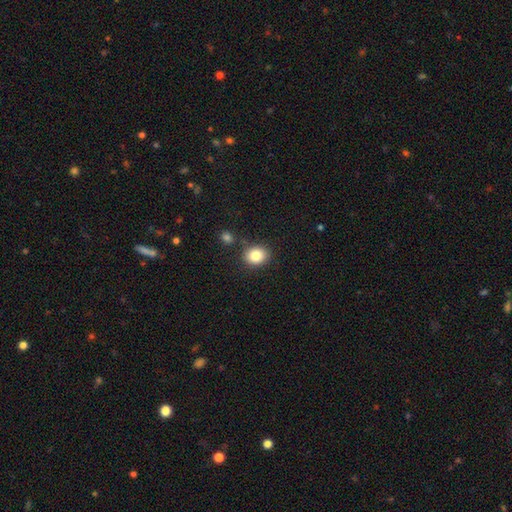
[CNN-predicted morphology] Q: Smooth or featured?
A: smooth (83%); runner-up: star or artifact (9%)
Q: How rounded?
A: round (57%); runner-up: in between (43%)
Q: Merging?
A: none (79%); runner-up: minor disturbance (11%)